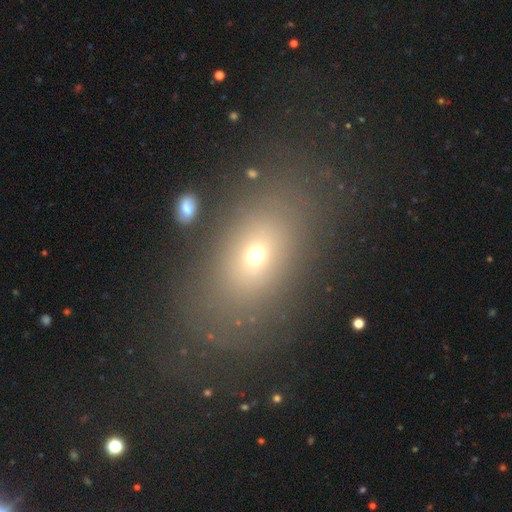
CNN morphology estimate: This appears to be a smooth galaxy with no disk features (62%) that is in between round and cigar-shaped (71%). Merging: none (76%).